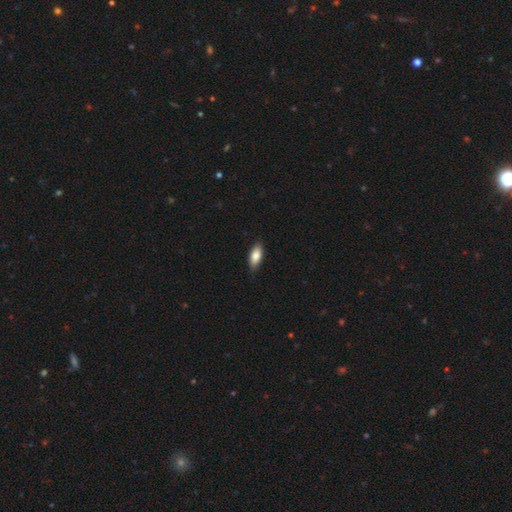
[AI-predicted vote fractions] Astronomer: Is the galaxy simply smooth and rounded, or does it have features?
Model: smooth — 82%.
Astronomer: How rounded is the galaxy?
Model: in between — 83%.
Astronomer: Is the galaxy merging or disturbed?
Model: none — 83%.